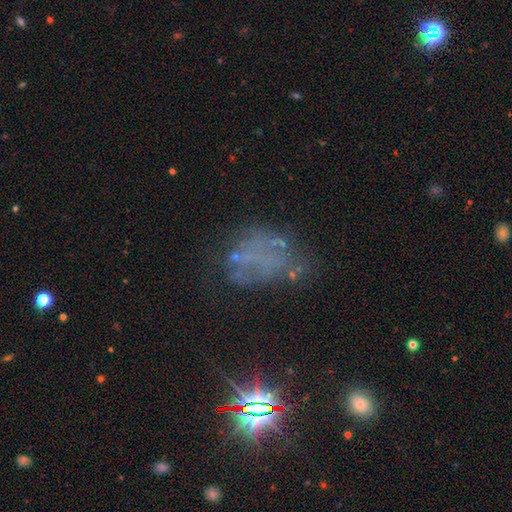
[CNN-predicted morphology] featured or disk 39%, star or artifact 38%, smooth 22%. Down the decision tree: merging — none (46%).